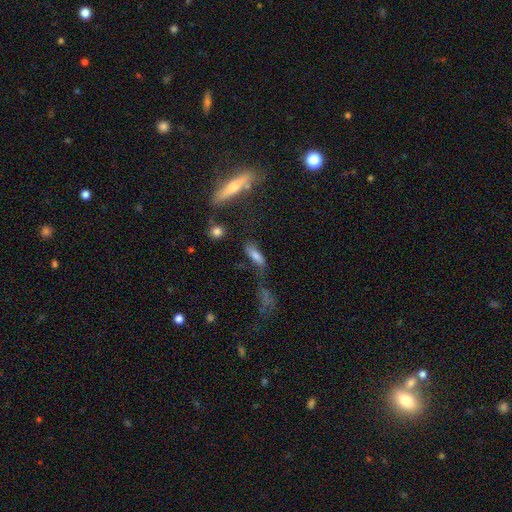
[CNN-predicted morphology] Smooth or featured: smooth — 67% (featured or disk — 21%)
How rounded: cigar-shaped — 50% (in between — 46%)
Merging: none — 44% (minor disturbance — 21%)